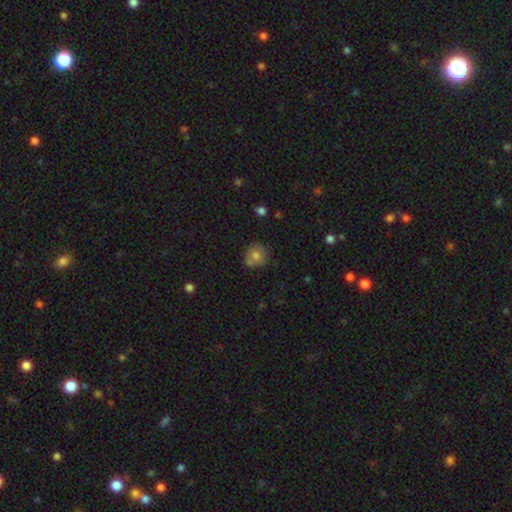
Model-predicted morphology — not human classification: type=smooth (73%); roundness=round (84%); merging=none (69%).